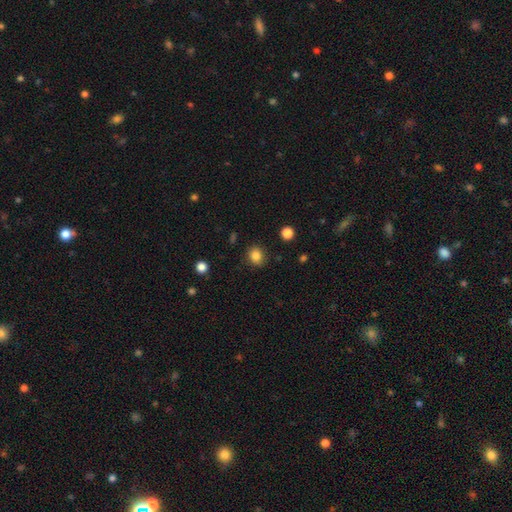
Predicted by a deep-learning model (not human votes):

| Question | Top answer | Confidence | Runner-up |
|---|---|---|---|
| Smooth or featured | smooth | 84% | star or artifact (11%) |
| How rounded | round | 75% | in between (24%) |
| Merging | none | 87% | minor disturbance (9%) |